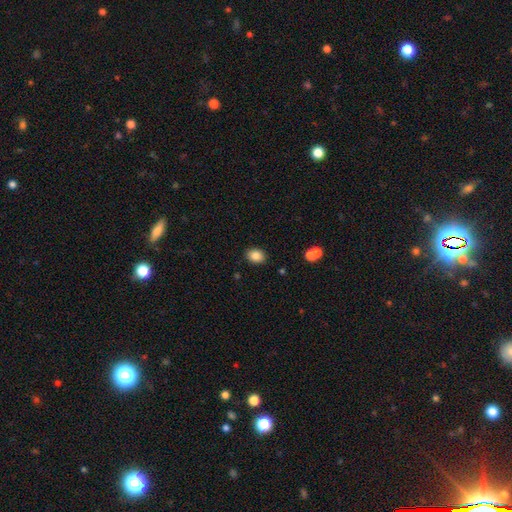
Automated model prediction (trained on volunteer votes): smooth_or_featured: smooth (p=0.84) [alt: star or artifact p=0.09]
how_rounded: in between (p=0.59) [alt: round p=0.40]
merging: none (p=0.88) [alt: minor disturbance p=0.08]